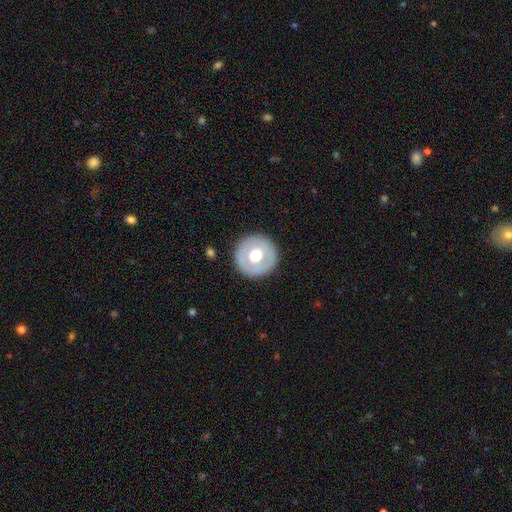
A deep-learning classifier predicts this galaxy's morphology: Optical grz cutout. It shows a smooth galaxy with no disk features (52%) that is round (96%). Merging: none (89%).